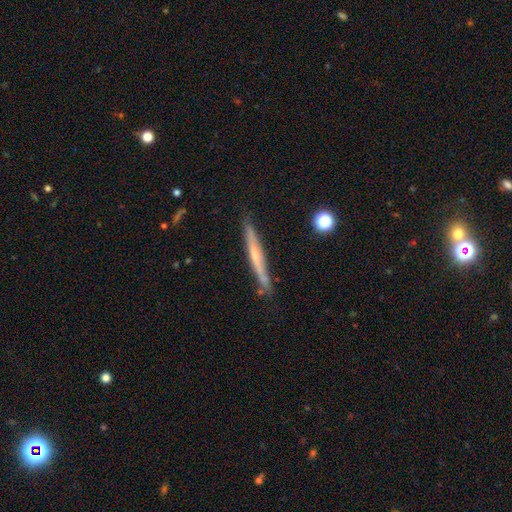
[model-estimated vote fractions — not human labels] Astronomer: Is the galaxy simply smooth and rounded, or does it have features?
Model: featured or disk — 62%.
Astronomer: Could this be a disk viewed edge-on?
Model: yes — 95%.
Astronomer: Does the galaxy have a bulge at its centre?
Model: rounded — 51% (runner-up: none, 44%).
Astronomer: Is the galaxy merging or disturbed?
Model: none — 80%.